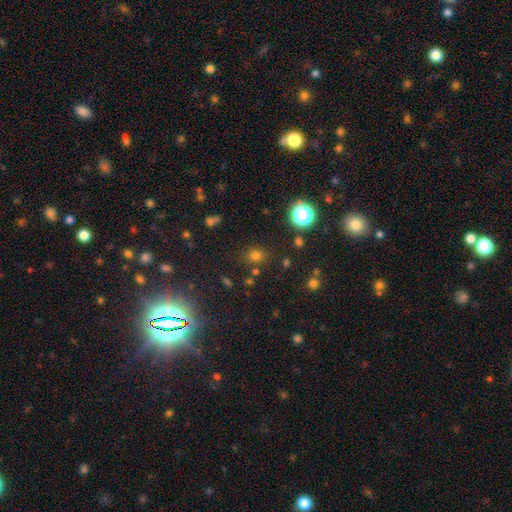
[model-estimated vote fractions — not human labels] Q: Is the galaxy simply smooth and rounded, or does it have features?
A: smooth — 69%.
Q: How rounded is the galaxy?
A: round — 73%.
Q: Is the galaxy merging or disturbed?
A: none — 81%.